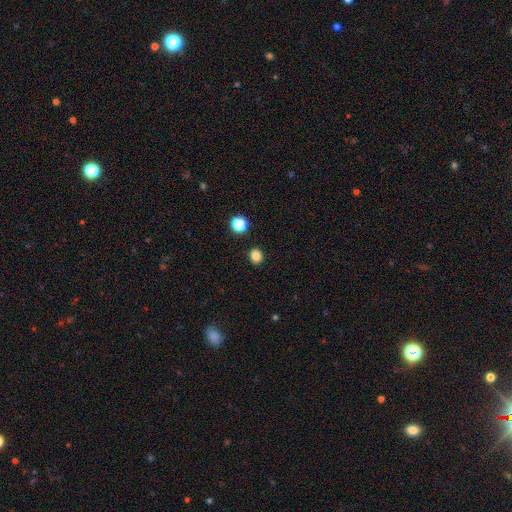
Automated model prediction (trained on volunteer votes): Morphology: type=smooth (83%); roundness=round (79%); merging=none (91%).